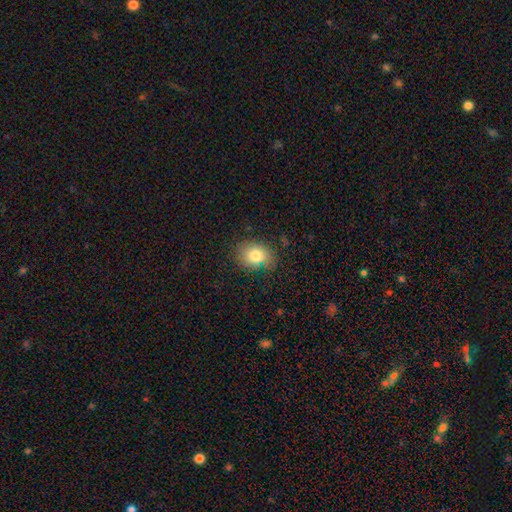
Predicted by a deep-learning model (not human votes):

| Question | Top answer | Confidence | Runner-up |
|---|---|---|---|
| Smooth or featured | smooth | 80% | star or artifact (10%) |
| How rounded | in between | 56% | round (43%) |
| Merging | none | 81% | minor disturbance (14%) |